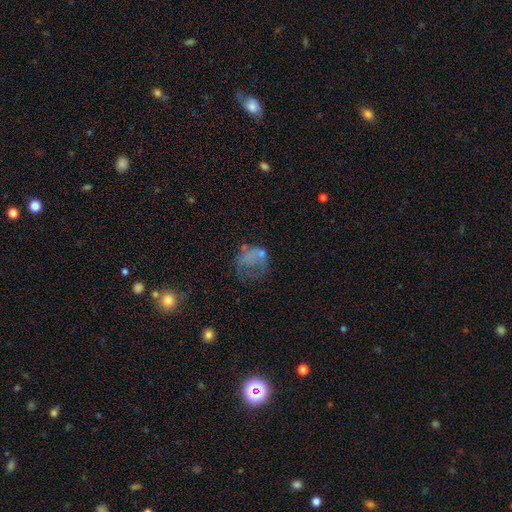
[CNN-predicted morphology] A smooth galaxy with no disk features (51%) that is round (56%). Merging: major disturbance (41%).